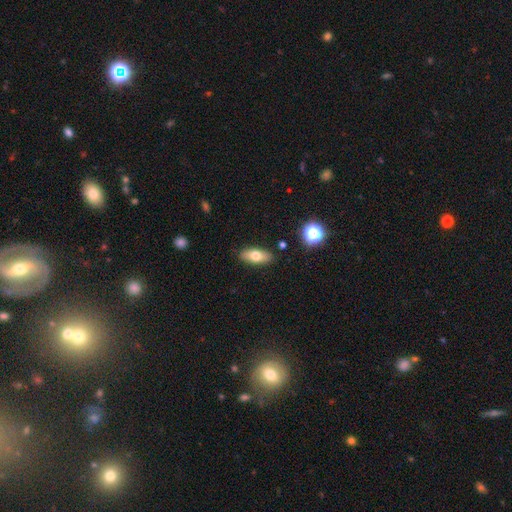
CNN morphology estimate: A smooth galaxy with no disk features (69%) that is in between round and cigar-shaped (78%).

Vote fractions:
- Smooth or featured? smooth: 69% / featured or disk: 22% / star or artifact: 8%
- How rounded? in between: 78% / cigar-shaped: 17% / round: 5%
- Merging? none: 88% / minor disturbance: 9% / major disturbance: 2% / merger: 2%